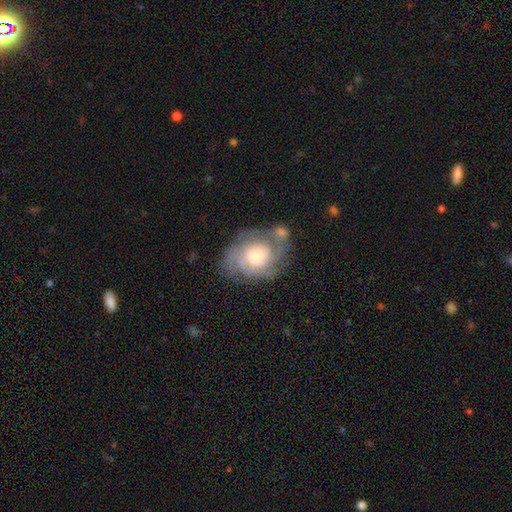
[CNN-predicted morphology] The model was most divided on "bulge size": small: 43%, moderate: 38%, large: 14%, none: 3%, dominant: 2%. Remaining: edge-on disk — no (97%); spiral arms — yes (89%); bar — no (77%); smooth or featured — featured or disk (73%); spiral winding — tight (62%); merging — none (59%); spiral arm count — can't tell (37%).